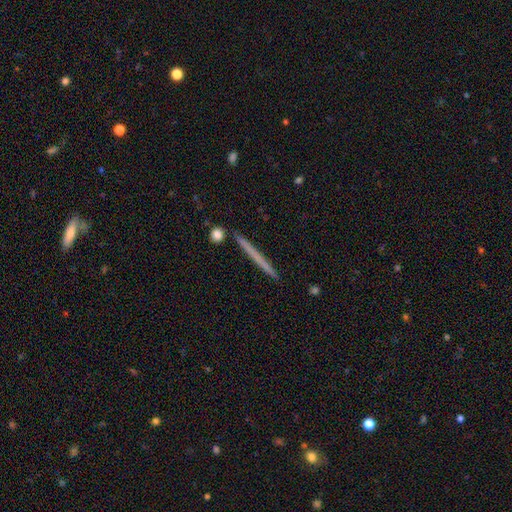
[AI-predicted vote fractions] Smooth or featured?
  - smooth: 50% *
  - featured or disk: 44%
  - star or artifact: 6%
Merging?
  - none: 91% *
  - minor disturbance: 6%
  - merger: 2%
  - major disturbance: 1%